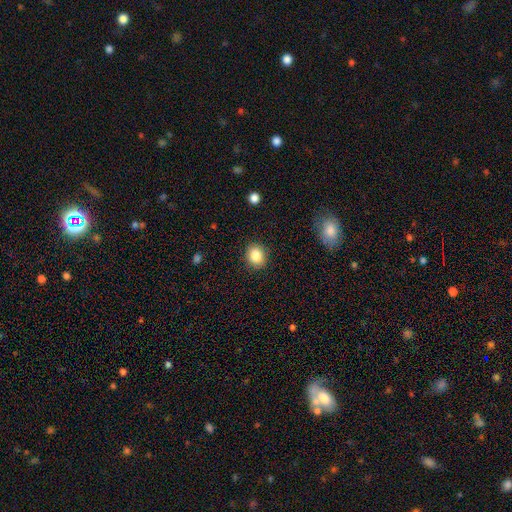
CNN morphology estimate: smooth_or_featured: smooth (p=0.85) [alt: star or artifact p=0.09]
how_rounded: round (p=0.71) [alt: in between p=0.28]
merging: none (p=0.89) [alt: minor disturbance p=0.08]